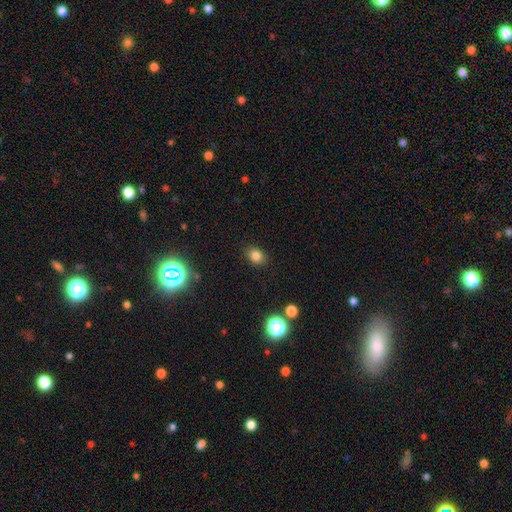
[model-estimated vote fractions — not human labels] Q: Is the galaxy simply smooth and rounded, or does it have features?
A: smooth — 81%.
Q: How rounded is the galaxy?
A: in between — 52%.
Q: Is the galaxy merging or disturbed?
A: none — 87%.